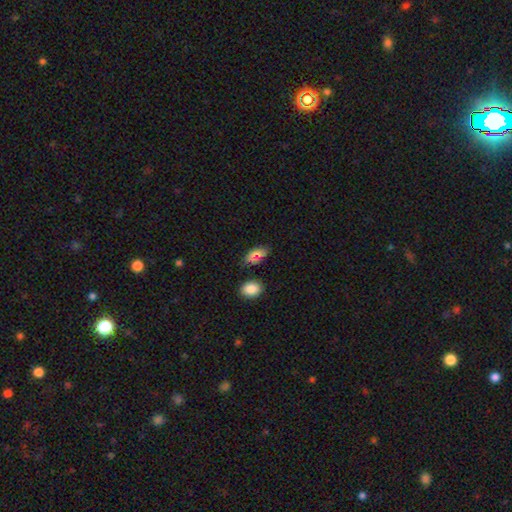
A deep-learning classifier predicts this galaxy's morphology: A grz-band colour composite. It shows a smooth galaxy with no disk features (74%) that is in between round and cigar-shaped (88%). Merging: none (72%).